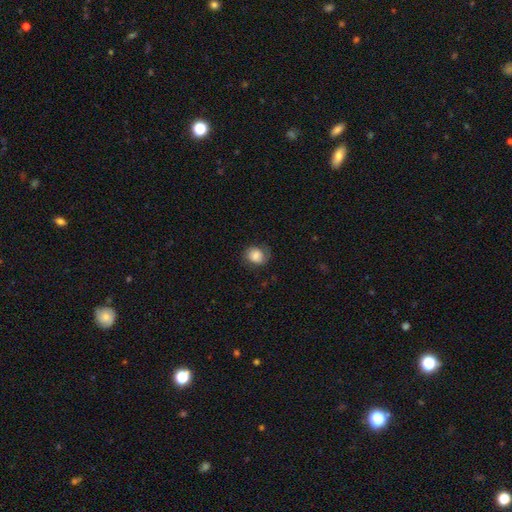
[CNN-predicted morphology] A smooth galaxy with no disk features (68%) that is round (62%).

Vote fractions:
- Smooth or featured? smooth: 68% / featured or disk: 23% / star or artifact: 9%
- How rounded? round: 62% / in between: 37% / cigar-shaped: 1%
- Merging? none: 66% / minor disturbance: 22% / major disturbance: 11% / merger: 1%